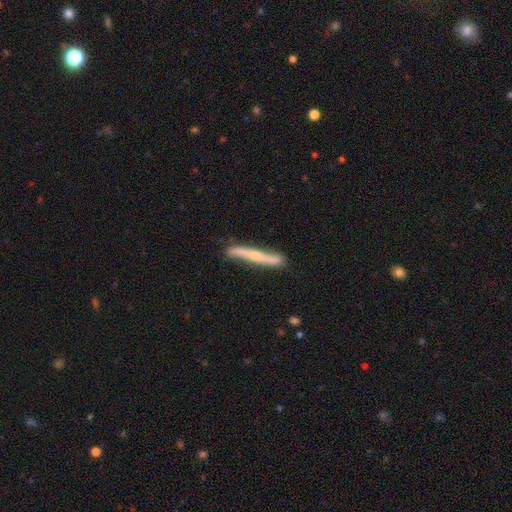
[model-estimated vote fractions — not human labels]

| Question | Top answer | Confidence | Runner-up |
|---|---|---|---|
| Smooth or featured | featured or disk | 60% | smooth (34%) |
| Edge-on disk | yes | 81% | no (19%) |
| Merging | none | 79% | minor disturbance (16%) |